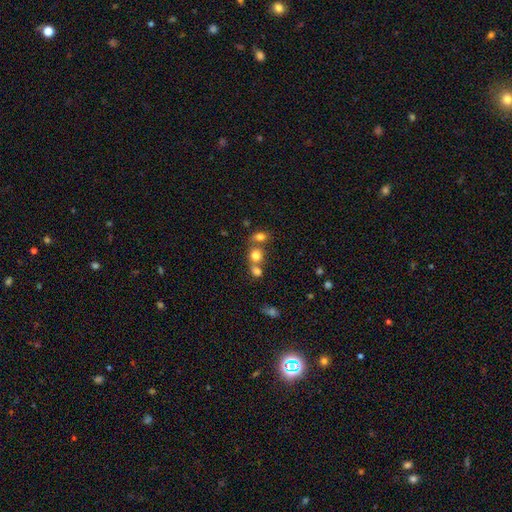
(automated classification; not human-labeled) smooth-or-featured: smooth: 76% | star or artifact: 14% | featured or disk: 10%
  how-rounded: round: 75% | in between: 24% | cigar-shaped: 1%
  merging: merger: 45% | none: 43% | minor disturbance: 8% | major disturbance: 4%